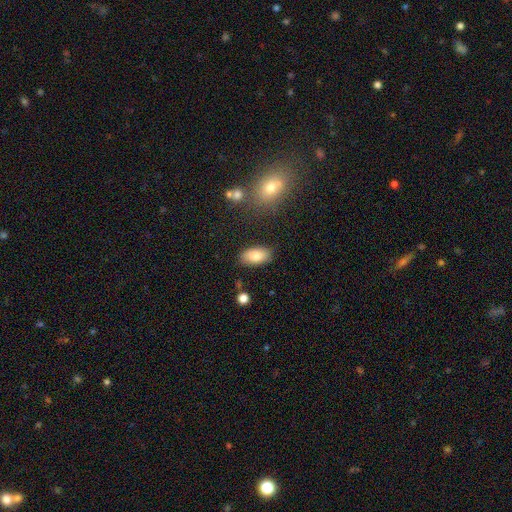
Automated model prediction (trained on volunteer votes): smooth-or-featured: smooth: 83% | featured or disk: 9% | star or artifact: 7%
  how-rounded: in between: 93% | round: 3% | cigar-shaped: 3%
  merging: none: 83% | minor disturbance: 12% | major disturbance: 3% | merger: 2%